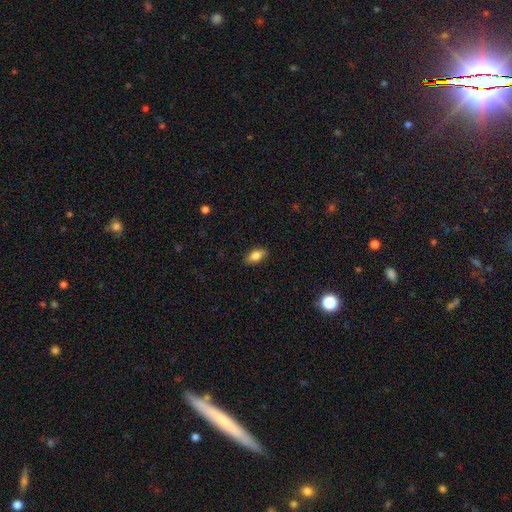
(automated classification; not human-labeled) A smooth galaxy with no disk features (80%) that is in between round and cigar-shaped (85%). Merging: none (87%).